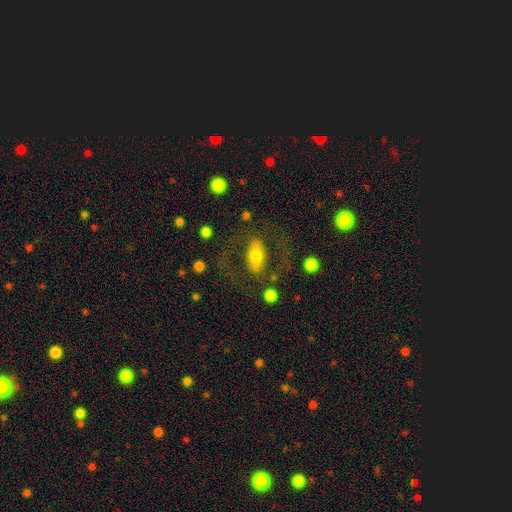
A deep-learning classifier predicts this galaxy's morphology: Smooth or featured: featured or disk — 51% (smooth — 41%)
Edge-on disk: no — 86% (yes — 14%)
Merging: none — 66% (major disturbance — 17%)